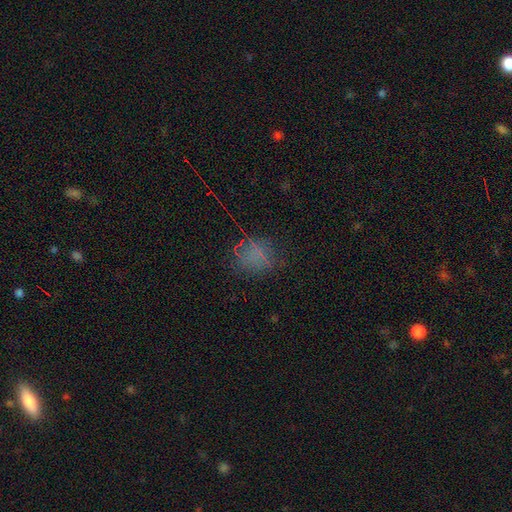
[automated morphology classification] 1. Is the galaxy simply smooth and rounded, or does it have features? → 60% smooth, 22% star or artifact, 18% featured or disk.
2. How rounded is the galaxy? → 58% round, 40% in between, 2% cigar-shaped.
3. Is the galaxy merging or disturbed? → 66% none, 19% minor disturbance, 14% major disturbance, 2% merger.